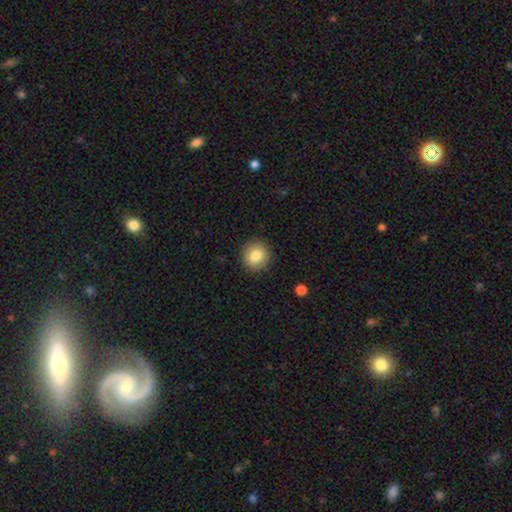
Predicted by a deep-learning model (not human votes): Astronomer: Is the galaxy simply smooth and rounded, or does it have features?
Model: smooth — 84%.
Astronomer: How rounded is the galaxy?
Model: round — 89%.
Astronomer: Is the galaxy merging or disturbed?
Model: none — 90%.